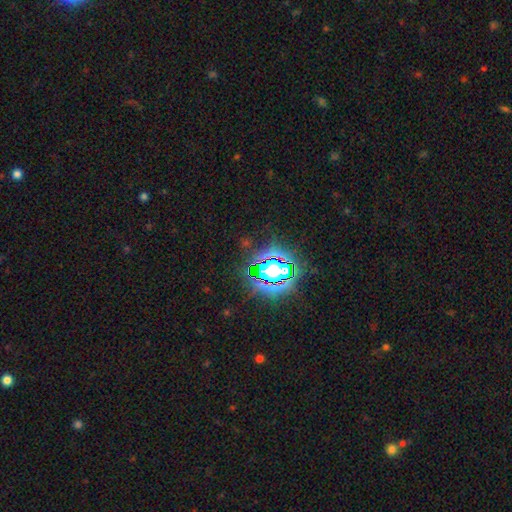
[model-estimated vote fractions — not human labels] The model was most divided on "smooth or featured": star or artifact: 80%, smooth: 12%, featured or disk: 8%.